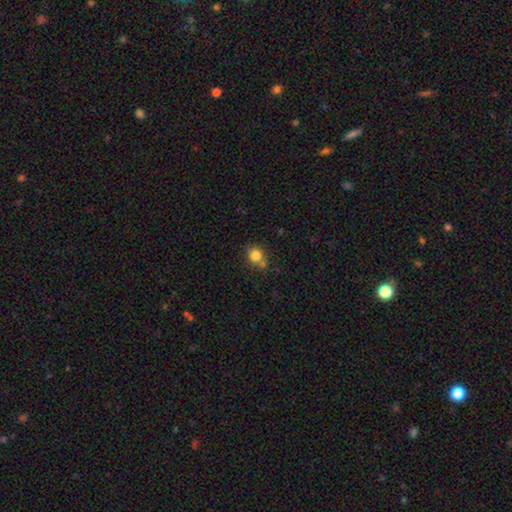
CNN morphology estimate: Overall: smooth (81%). How rounded: round (86%). Merging: none (63%).